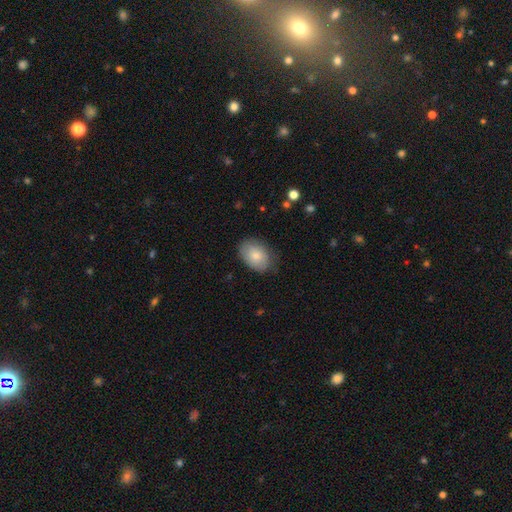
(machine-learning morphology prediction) Q: Smooth or featured?
A: smooth (79%); runner-up: featured or disk (14%)
Q: How rounded?
A: in between (82%); runner-up: round (17%)
Q: Merging?
A: none (77%); runner-up: minor disturbance (18%)